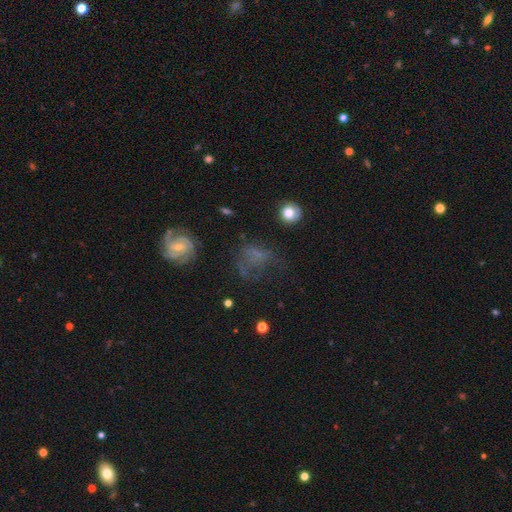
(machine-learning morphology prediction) featured or disk 47%, smooth 33%, star or artifact 19%. Down the decision tree: merging — none (43%).